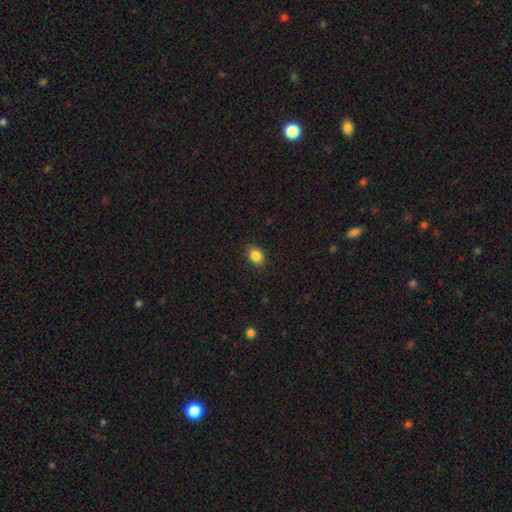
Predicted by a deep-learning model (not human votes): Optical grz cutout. It shows a smooth galaxy with no disk features (85%) that is in between round and cigar-shaped (70%). Merging: none (88%).